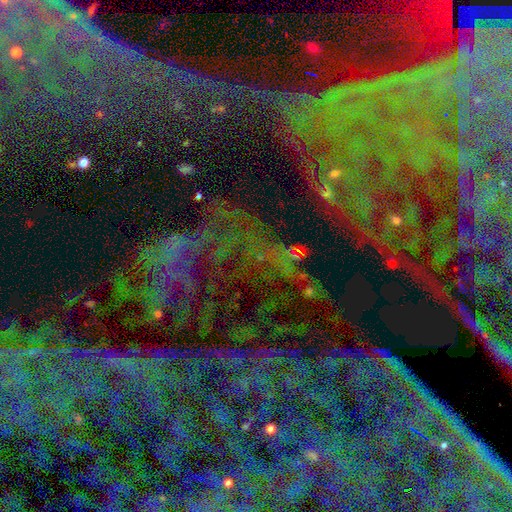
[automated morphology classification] A star or artifact, not a galaxy (85%).